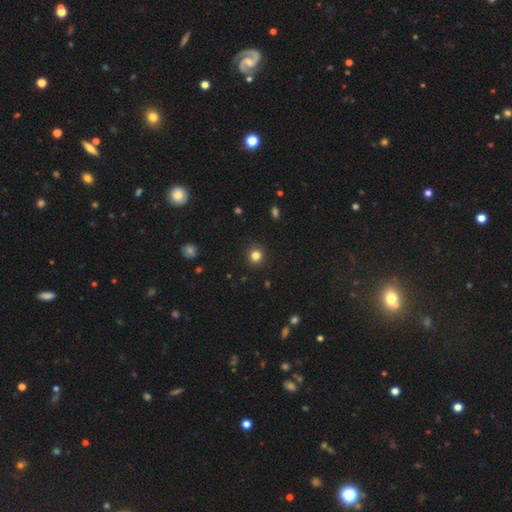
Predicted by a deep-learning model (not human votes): Smooth or featured? Predicted: smooth (p=0.83). How rounded? Predicted: round (p=0.91). Merging? Predicted: none (p=0.91).